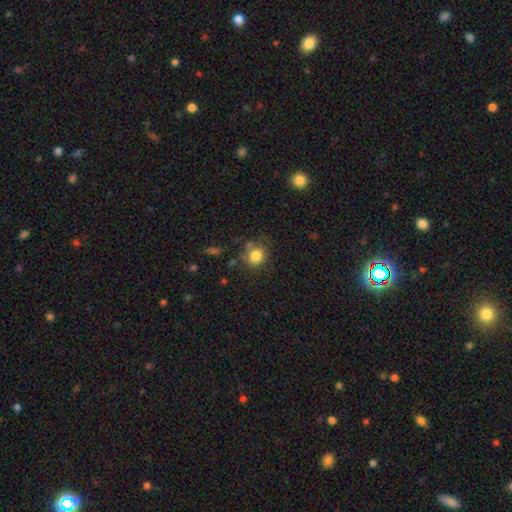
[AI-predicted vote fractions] Smooth or featured?
  - smooth: 81% *
  - star or artifact: 11%
  - featured or disk: 8%
How rounded?
  - round: 77% *
  - in between: 22%
  - cigar-shaped: 1%
Merging?
  - none: 68% *
  - minor disturbance: 17%
  - merger: 9%
  - major disturbance: 6%